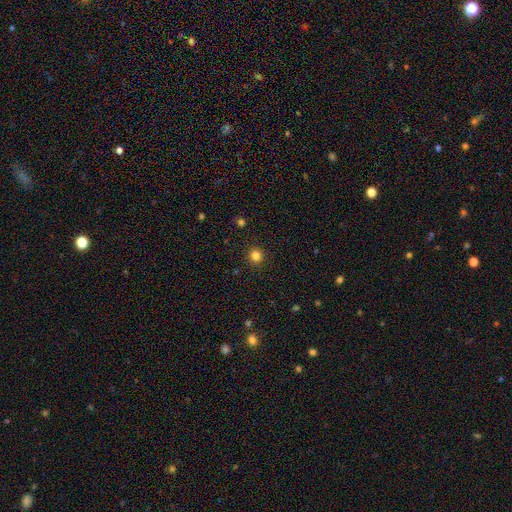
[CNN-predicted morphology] Smooth or featured: smooth — 82% (star or artifact — 14%)
How rounded: round — 94% (in between — 5%)
Merging: none — 93% (minor disturbance — 5%)